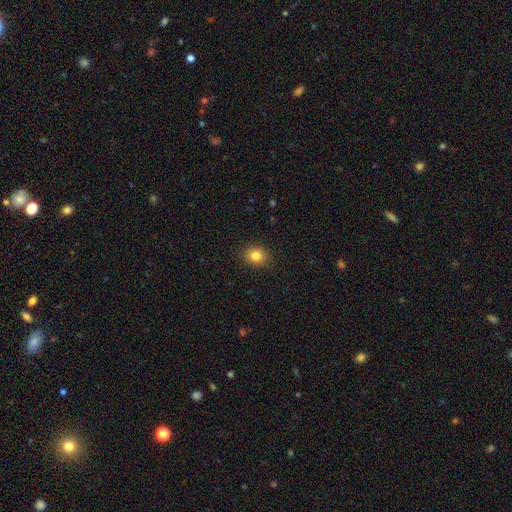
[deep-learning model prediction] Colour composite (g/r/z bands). It shows a smooth galaxy with no disk features (82%) that is round (66%). Merging: none (90%).